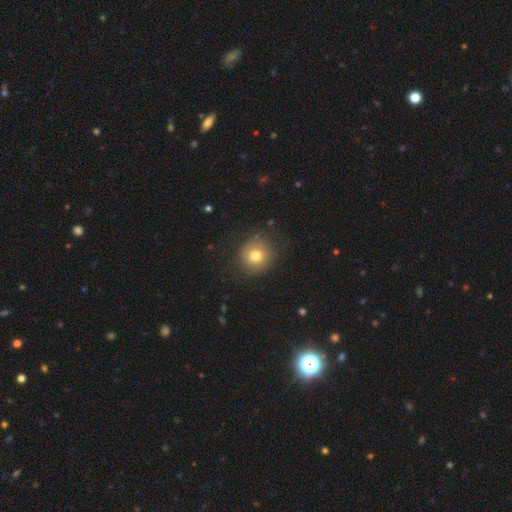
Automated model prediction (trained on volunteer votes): This is likely a smooth galaxy (75%). How rounded: clearly round (88%). Merging: likely none (78%).